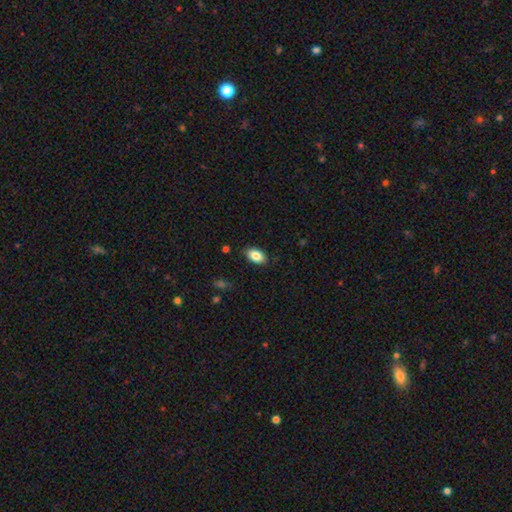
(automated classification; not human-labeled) A smooth galaxy with no disk features (84%) that is in between round and cigar-shaped (92%). Merging: none (85%).